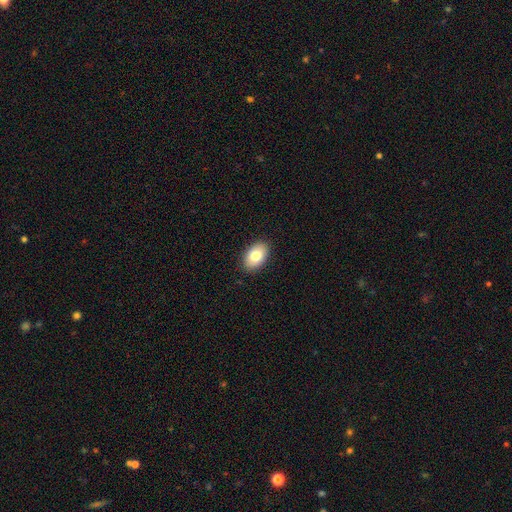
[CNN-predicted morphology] This is likely a smooth galaxy (80%). How rounded: clearly in between (91%). Merging: clearly none (89%).